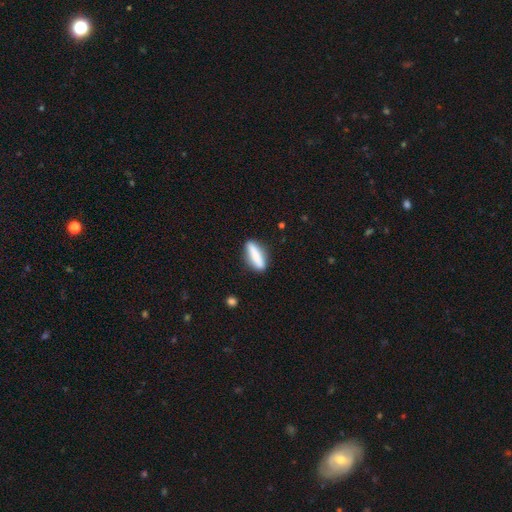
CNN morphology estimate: smooth-or-featured: smooth: 78% | featured or disk: 16% | star or artifact: 6%
  how-rounded: cigar-shaped: 66% | in between: 32% | round: 2%
  merging: none: 87% | minor disturbance: 9% | major disturbance: 3% | merger: 2%